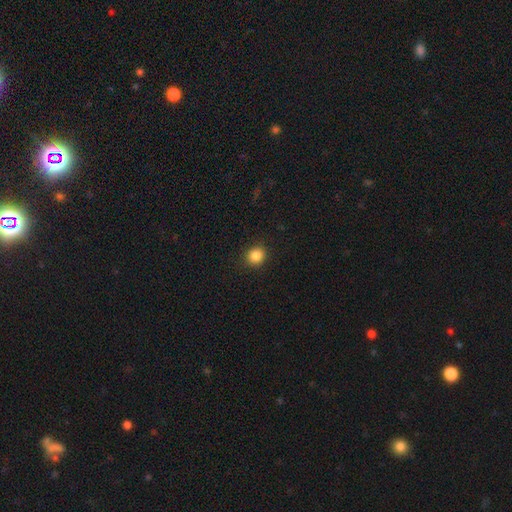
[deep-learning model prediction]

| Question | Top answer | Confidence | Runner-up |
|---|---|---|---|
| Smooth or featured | smooth | 85% | star or artifact (11%) |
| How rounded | round | 82% | in between (17%) |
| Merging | none | 90% | minor disturbance (7%) |